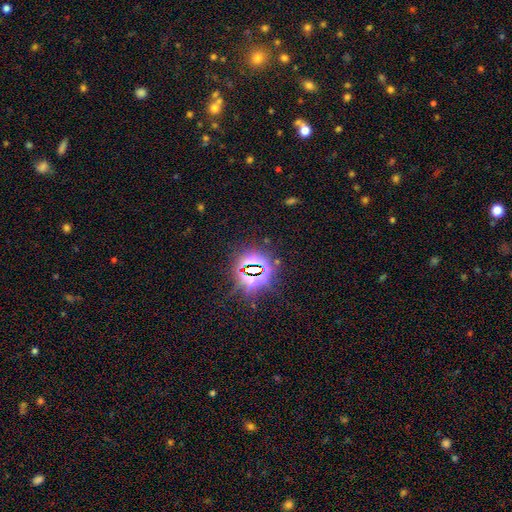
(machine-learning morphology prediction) Smooth or featured: star or artifact — 81% (smooth — 11%)